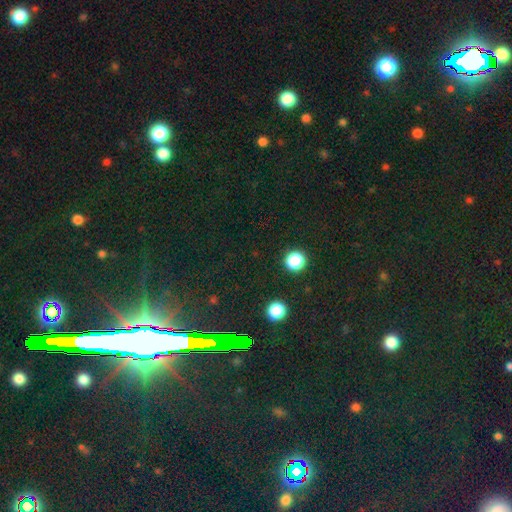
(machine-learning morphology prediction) Smooth or featured: star or artifact — 81% (smooth — 11%)